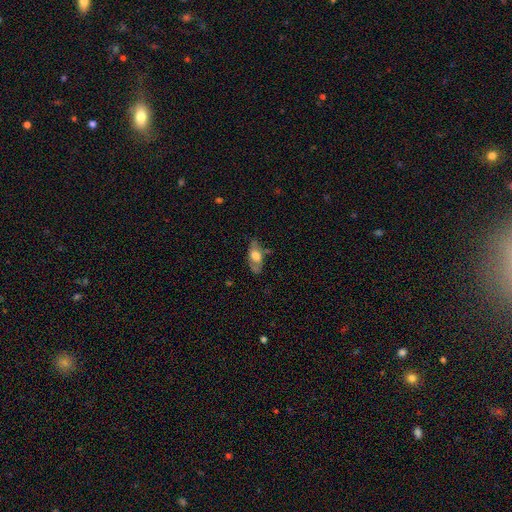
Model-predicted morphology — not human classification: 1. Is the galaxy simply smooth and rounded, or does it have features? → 48% smooth, 45% featured or disk, 7% star or artifact.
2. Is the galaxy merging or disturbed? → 59% none, 28% minor disturbance, 11% major disturbance, 3% merger.